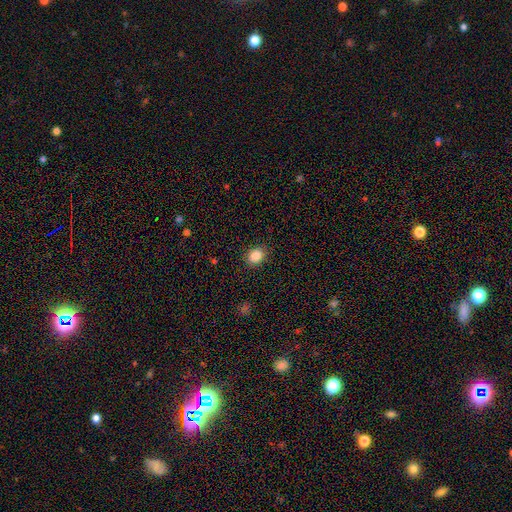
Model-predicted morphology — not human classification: A smooth galaxy with no disk features (87%) that is in between round and cigar-shaped (52%).

Vote fractions:
- Smooth or featured? smooth: 87% / star or artifact: 9% / featured or disk: 4%
- How rounded? in between: 52% / round: 47% / cigar-shaped: 1%
- Merging? none: 87% / minor disturbance: 10% / major disturbance: 3% / merger: 1%